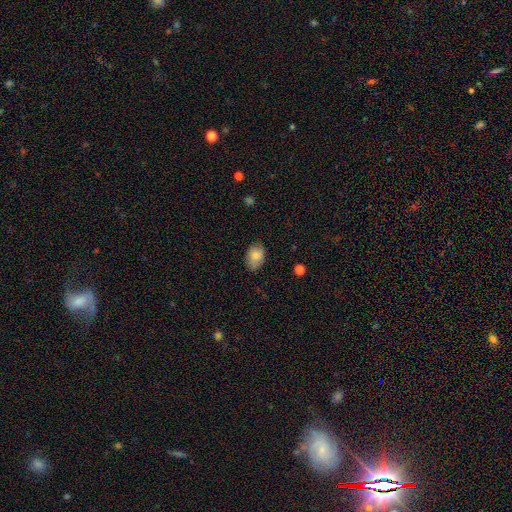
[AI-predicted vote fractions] This appears to be a smooth galaxy with no disk features (82%) that is in between round and cigar-shaped (84%). Merging: none (76%).